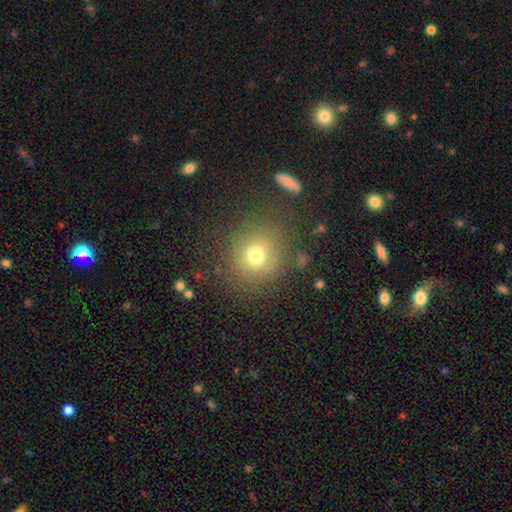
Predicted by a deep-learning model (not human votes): Morphology: type=smooth (70%); roundness=round (85%); merging=none (79%).